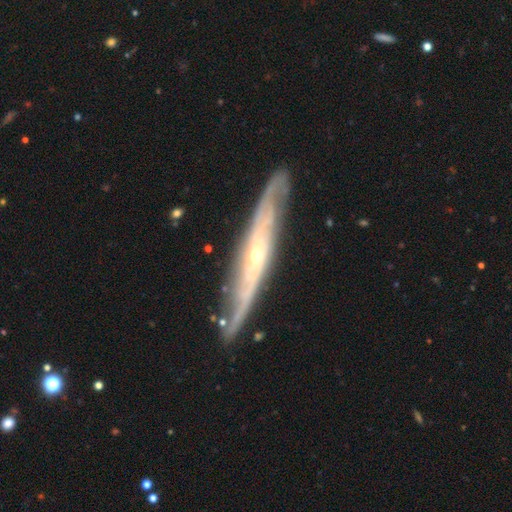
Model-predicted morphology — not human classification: This appears to be a featured or disk galaxy (83%) viewed edge-on (58%). Merging: none (80%).